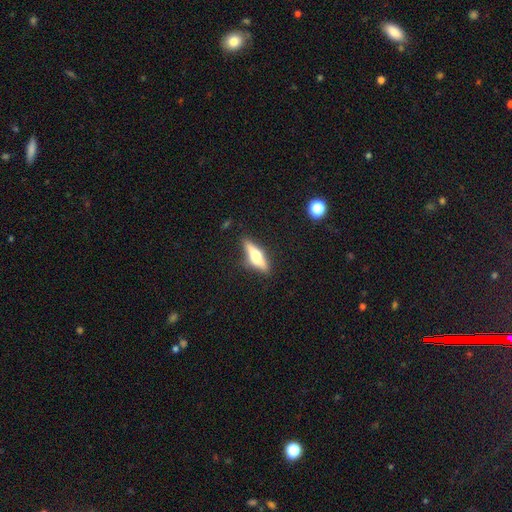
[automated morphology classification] This appears to be a featured or disk galaxy (52%) viewed edge-on (92%). Merging: none (83%).